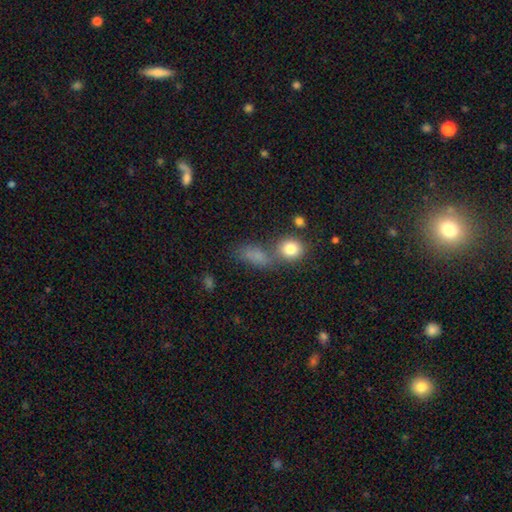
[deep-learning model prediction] smooth 75%, star or artifact 15%, featured or disk 10%. Down the decision tree: how rounded — in between (71%); merging — none (44%).